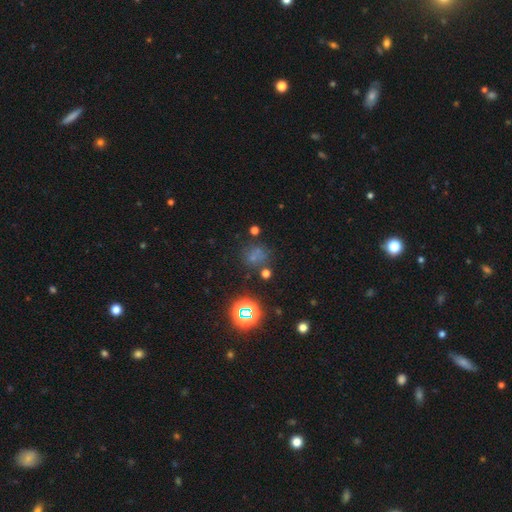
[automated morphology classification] A smooth galaxy with no disk features (50%). Merging: none (63%).